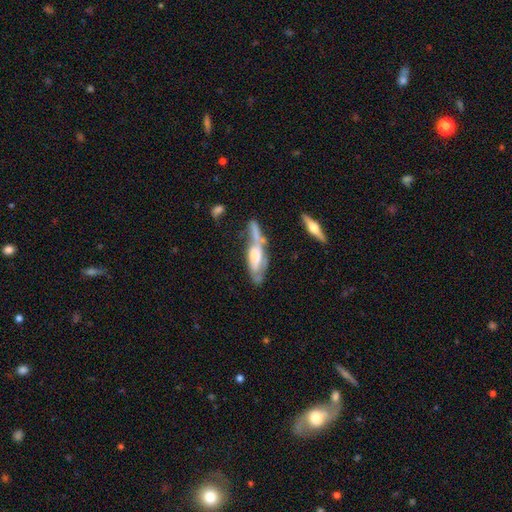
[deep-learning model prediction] smooth_or_featured: featured or disk (p=0.51) [alt: smooth p=0.42]
disk_edge_on: no (p=0.60) [alt: yes p=0.40]
merging: merger (p=0.32) [alt: none p=0.27]